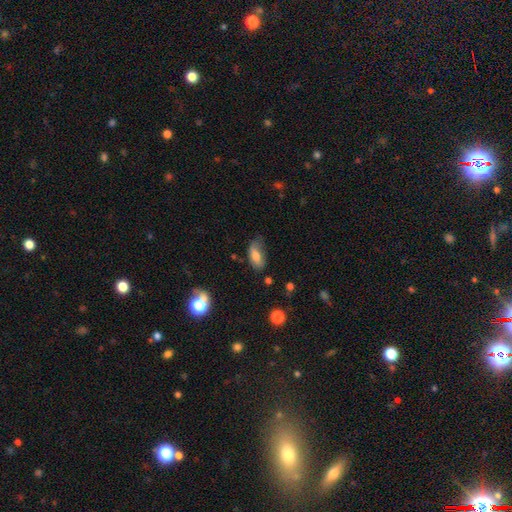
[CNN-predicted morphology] Q: Smooth or featured?
A: smooth (70%); runner-up: featured or disk (21%)
Q: How rounded?
A: in between (85%); runner-up: cigar-shaped (11%)
Q: Merging?
A: none (52%); runner-up: minor disturbance (33%)